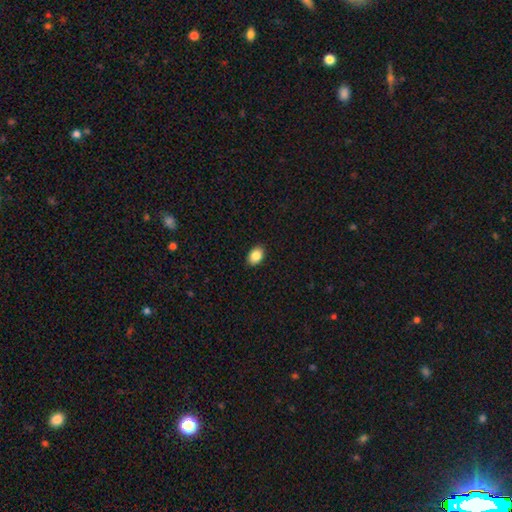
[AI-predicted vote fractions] Q: Smooth or featured?
A: smooth (87%); runner-up: star or artifact (8%)
Q: How rounded?
A: in between (82%); runner-up: round (17%)
Q: Merging?
A: none (90%); runner-up: minor disturbance (8%)